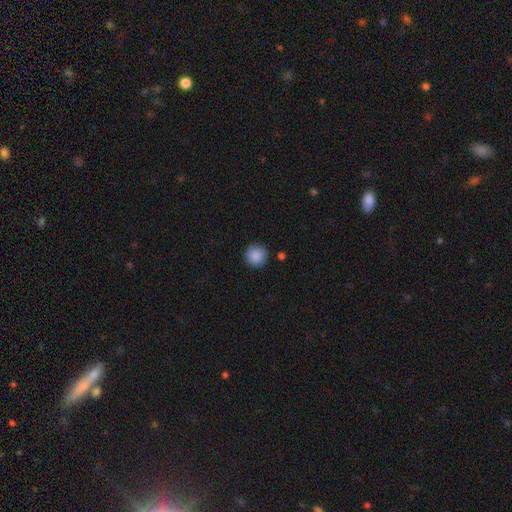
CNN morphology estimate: Smooth or featured? smooth (88%)
How rounded? round (95%)
Merging? none (89%)